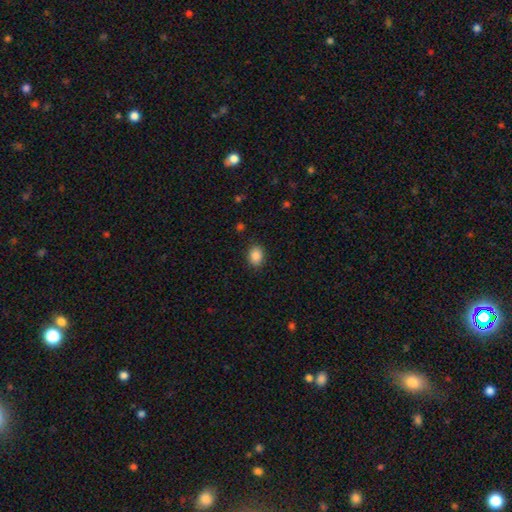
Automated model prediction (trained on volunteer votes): Overall: smooth (87%). How rounded: in between (63%; round 36%). Merging: none (87%).